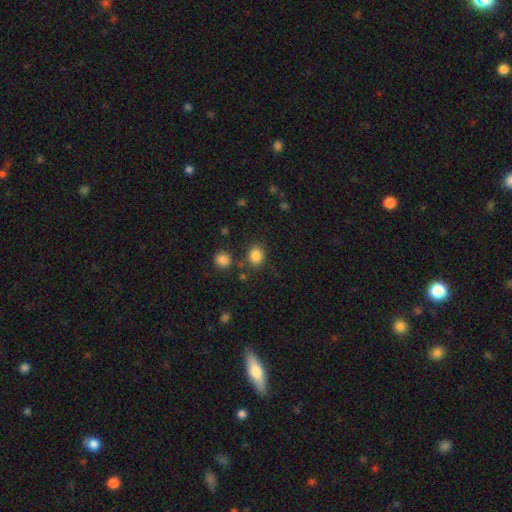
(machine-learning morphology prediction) A smooth galaxy with no disk features (85%) that is round (58%). Merging: none (77%).